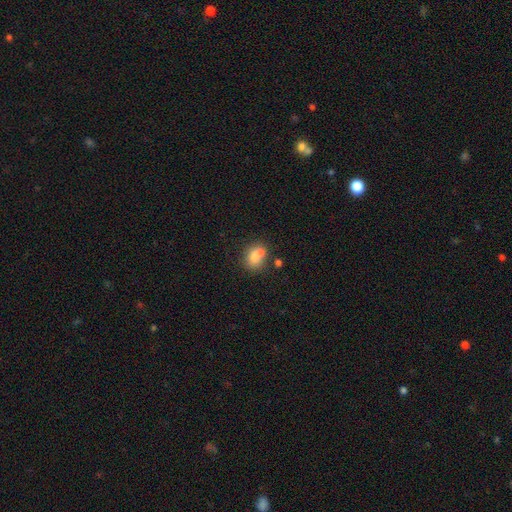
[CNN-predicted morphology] Q: Smooth or featured?
A: smooth (75%); runner-up: featured or disk (14%)
Q: How rounded?
A: in between (50%); runner-up: round (49%)
Q: Merging?
A: none (47%); runner-up: merger (34%)